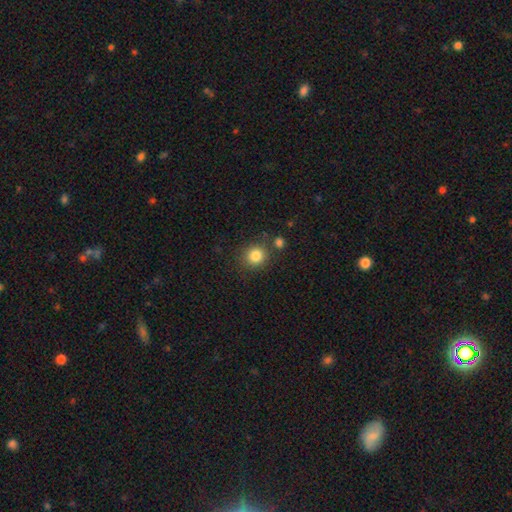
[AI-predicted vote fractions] Smooth or featured: smooth — 84% (star or artifact — 11%)
How rounded: round — 88% (in between — 11%)
Merging: none — 80% (minor disturbance — 9%)